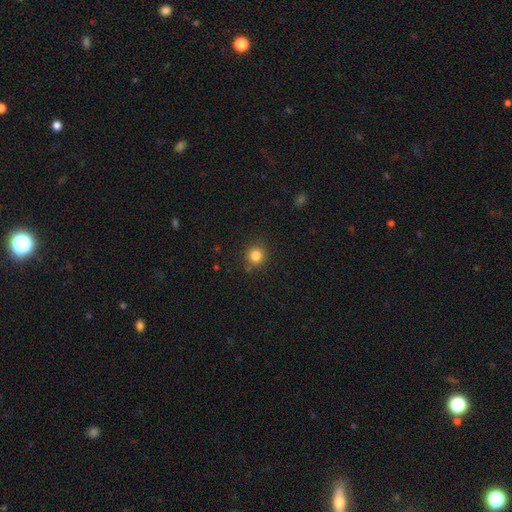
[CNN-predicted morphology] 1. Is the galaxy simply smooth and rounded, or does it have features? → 84% smooth, 12% star or artifact, 5% featured or disk.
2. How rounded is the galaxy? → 92% round, 7% in between, 1% cigar-shaped.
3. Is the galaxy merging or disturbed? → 86% none, 9% minor disturbance, 3% major disturbance, 2% merger.